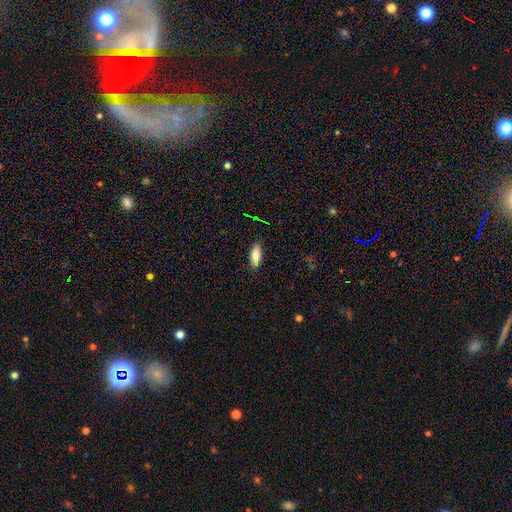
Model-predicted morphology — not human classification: The model was most divided on "how rounded": in between: 75%, cigar-shaped: 23%, round: 2%. More confident: merging — none (85%); smooth or featured — smooth (75%).